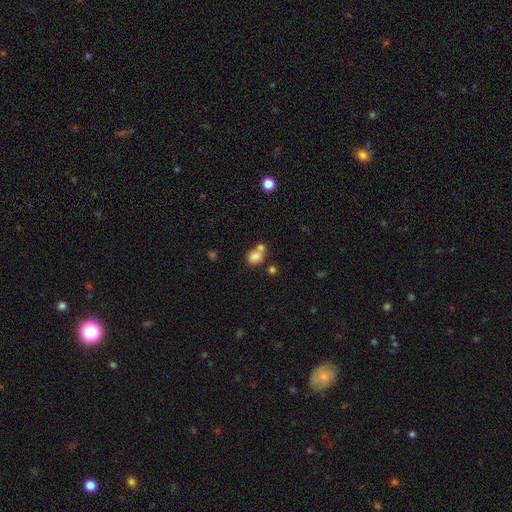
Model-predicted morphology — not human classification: Smooth or featured: smooth — 79% (star or artifact — 10%)
How rounded: round — 59% (in between — 40%)
Merging: merger — 48% (none — 36%)